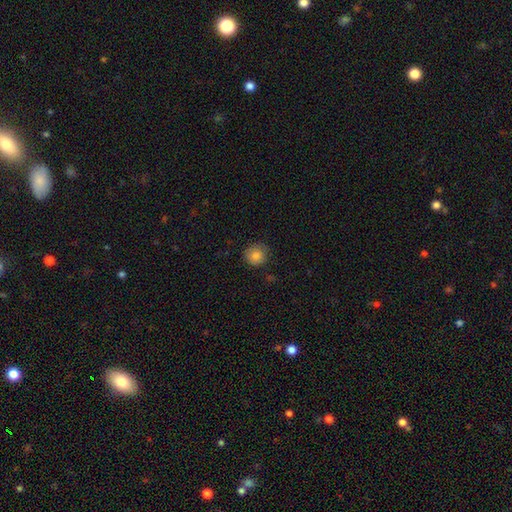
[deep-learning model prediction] Smooth or featured? smooth (83%)
How rounded? round (90%)
Merging? none (81%)